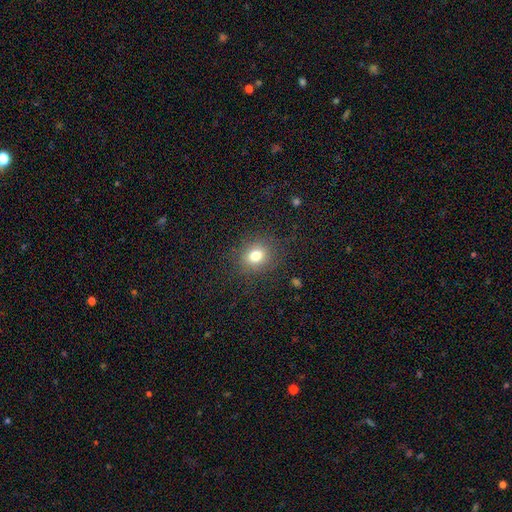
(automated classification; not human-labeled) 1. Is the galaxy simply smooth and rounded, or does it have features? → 78% smooth, 14% star or artifact, 9% featured or disk.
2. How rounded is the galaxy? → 70% round, 29% in between, 1% cigar-shaped.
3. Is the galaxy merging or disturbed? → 84% none, 10% minor disturbance, 5% major disturbance, 1% merger.